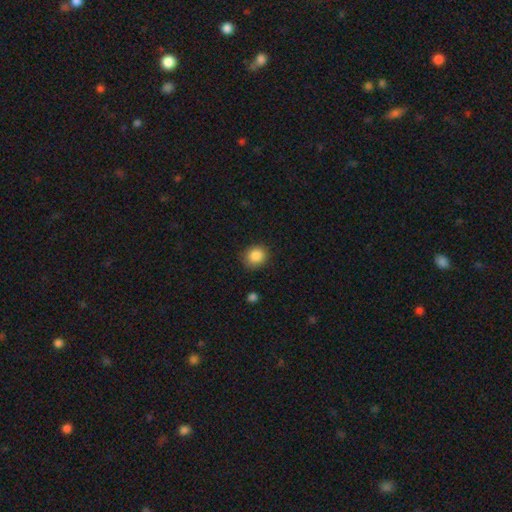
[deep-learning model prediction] A smooth galaxy with no disk features (86%) that is round (75%).

Vote fractions:
- Smooth or featured? smooth: 86% / star or artifact: 9% / featured or disk: 5%
- How rounded? round: 75% / in between: 25% / cigar-shaped: 1%
- Merging? none: 83% / minor disturbance: 13% / major disturbance: 3% / merger: 1%